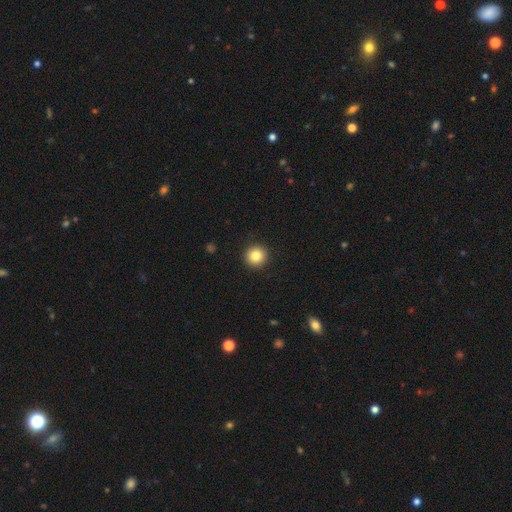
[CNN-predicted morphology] smooth 83%, star or artifact 10%, featured or disk 7%. Down the decision tree: how rounded — round (95%); merging — none (93%).